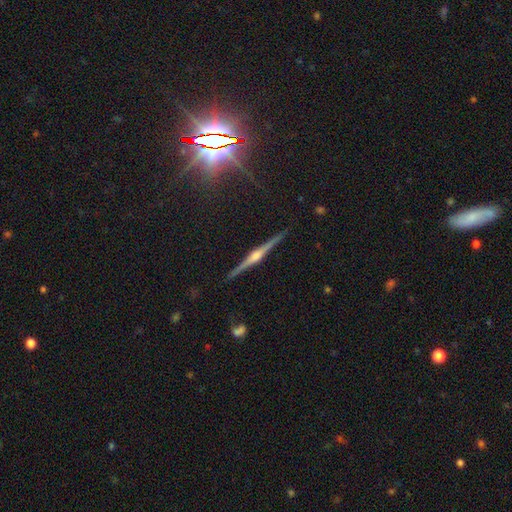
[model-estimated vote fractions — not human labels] A featured or disk galaxy (84%) viewed edge-on (98%) with a rounded central bulge (88%). Merging: none (91%).